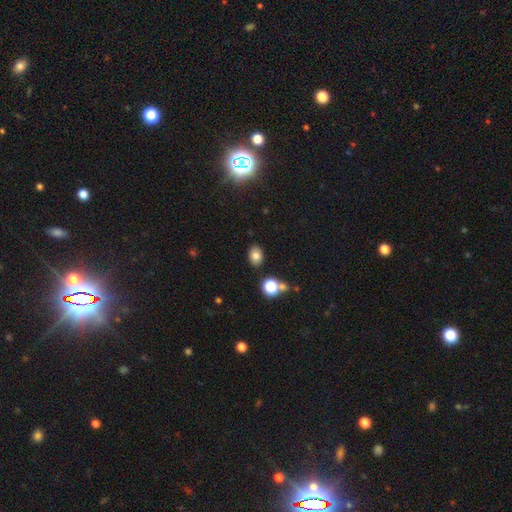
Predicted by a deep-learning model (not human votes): This appears to be a smooth galaxy with no disk features (78%) that is in between round and cigar-shaped (72%). Merging: none (84%).